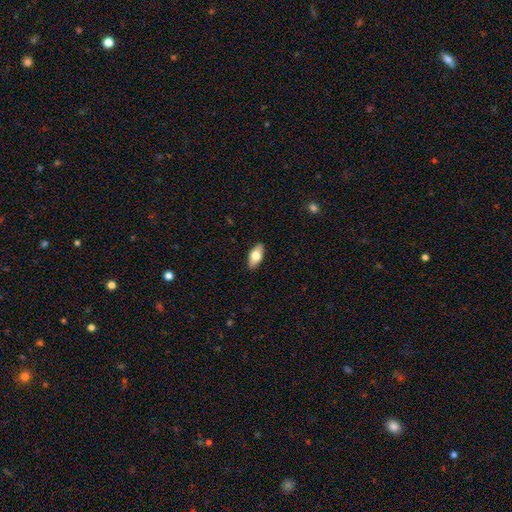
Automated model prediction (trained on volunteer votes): This appears to be a smooth galaxy with no disk features (72%) that is in between round and cigar-shaped (87%). Merging: none (89%).